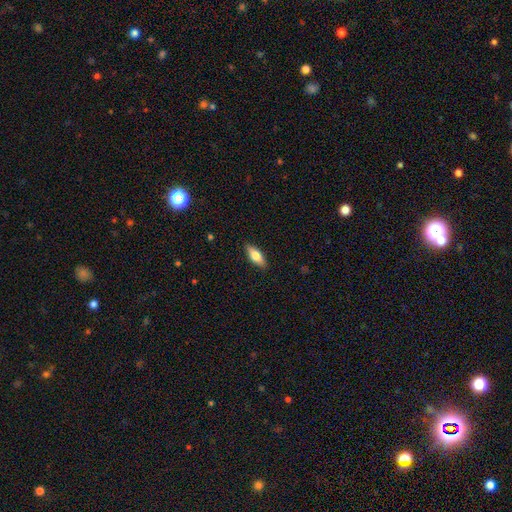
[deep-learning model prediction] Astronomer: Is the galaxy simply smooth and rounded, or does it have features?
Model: smooth — 66%.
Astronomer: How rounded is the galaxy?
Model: in between — 66%.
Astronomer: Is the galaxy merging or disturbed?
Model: none — 88%.